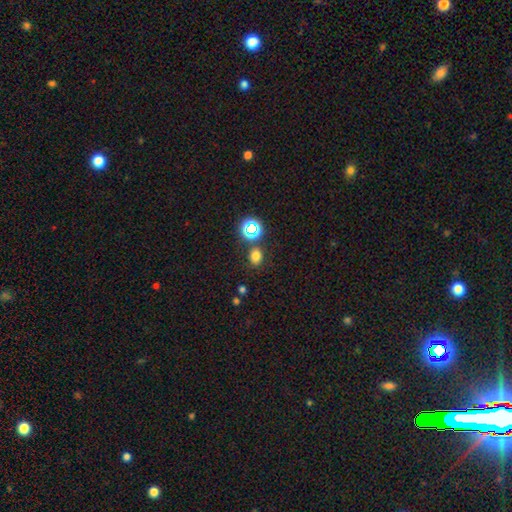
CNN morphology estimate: Q: Smooth or featured?
A: smooth (71%); runner-up: star or artifact (23%)
Q: How rounded?
A: round (53%); runner-up: in between (46%)
Q: Merging?
A: none (79%); runner-up: minor disturbance (10%)